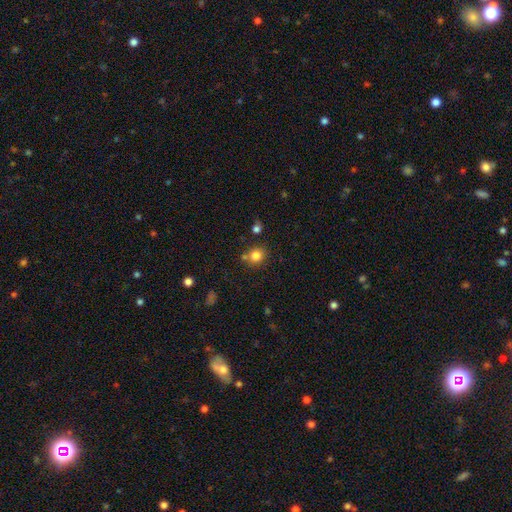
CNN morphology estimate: Smooth or featured?
  - smooth: 81% *
  - star or artifact: 12%
  - featured or disk: 7%
How rounded?
  - round: 82% *
  - in between: 17%
  - cigar-shaped: 1%
Merging?
  - none: 71% *
  - merger: 14%
  - minor disturbance: 11%
  - major disturbance: 4%